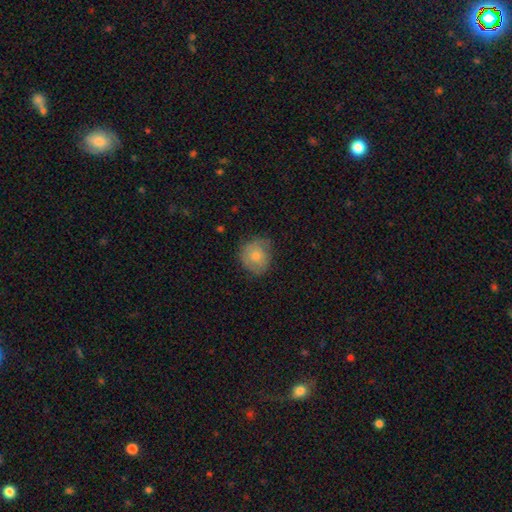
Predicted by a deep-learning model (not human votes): This is likely a smooth galaxy (67%). How rounded: clearly round (80%). Merging: likely none (71%).